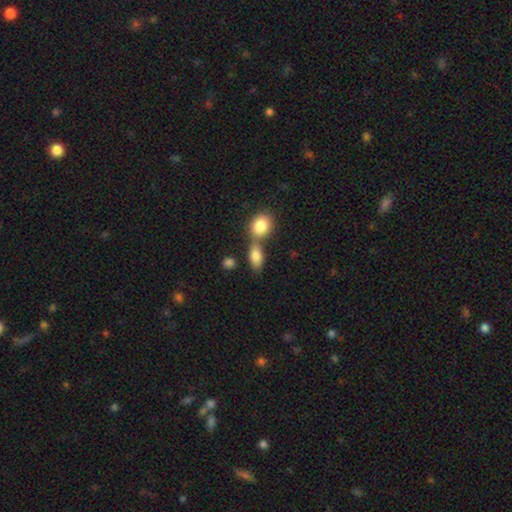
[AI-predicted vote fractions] Smooth or featured? Predicted: smooth (p=0.83). How rounded? Predicted: in between (p=0.82). Merging? Predicted: none (p=0.44).